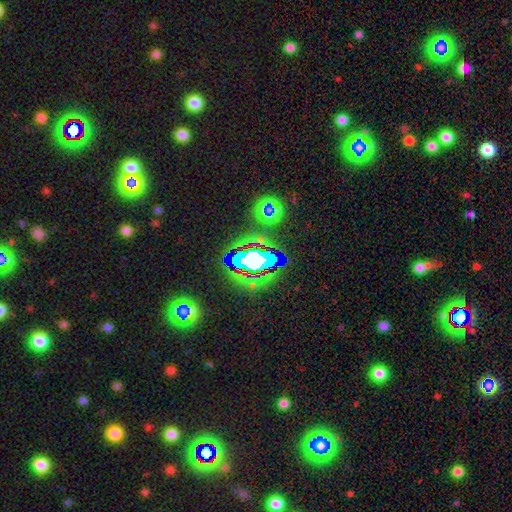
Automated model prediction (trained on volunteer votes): Q: Smooth or featured?
A: star or artifact (80%); runner-up: smooth (12%)